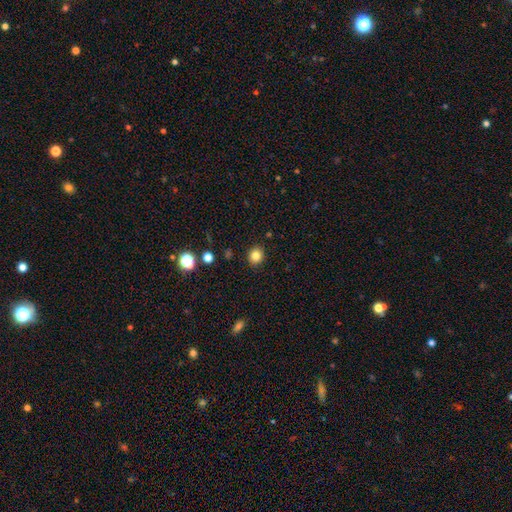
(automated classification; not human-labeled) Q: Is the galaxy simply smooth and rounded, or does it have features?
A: smooth — 82%.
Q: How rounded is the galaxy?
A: round — 80%.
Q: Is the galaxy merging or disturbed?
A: none — 90%.